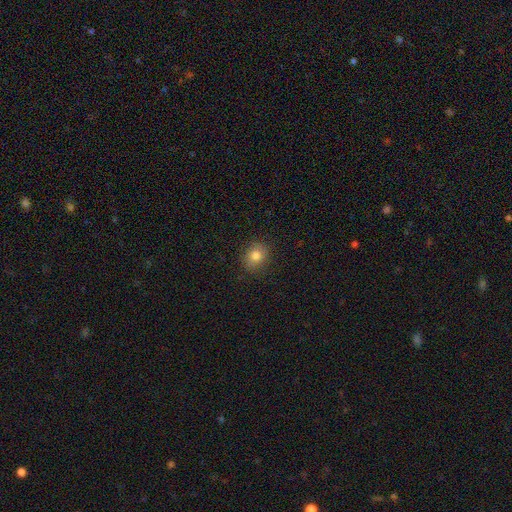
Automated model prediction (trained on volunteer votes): A smooth galaxy with no disk features (81%) that is round (64%). Merging: none (86%).